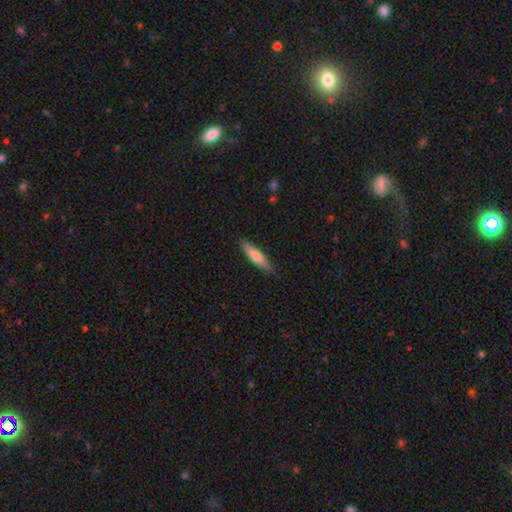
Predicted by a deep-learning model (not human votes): Overall: smooth (68%). How rounded: cigar-shaped (83%). Merging: none (86%).